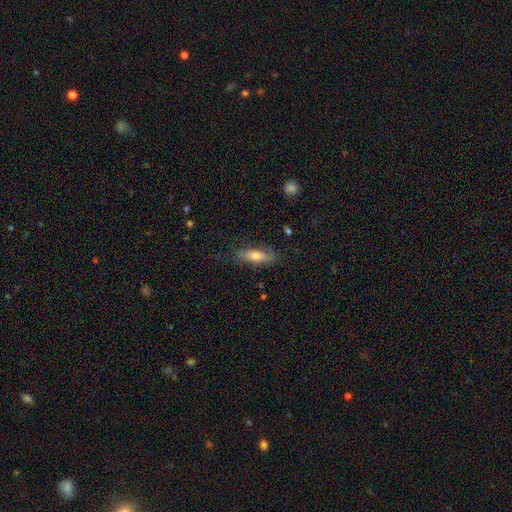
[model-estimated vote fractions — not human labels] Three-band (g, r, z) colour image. It shows a smooth galaxy with no disk features (63%) that is cigar-shaped (53%). Merging: none (79%).